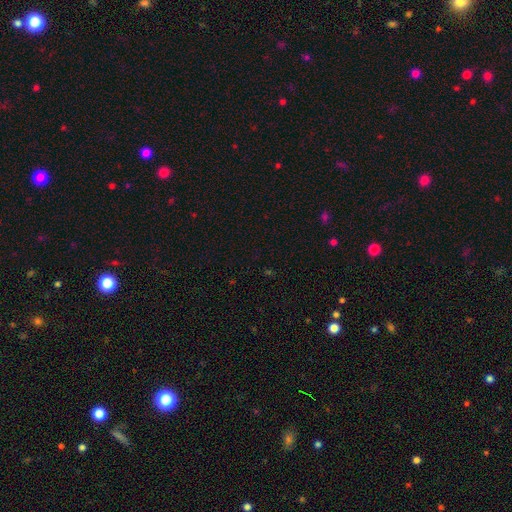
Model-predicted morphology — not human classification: Q: Smooth or featured?
A: star or artifact (65%); runner-up: smooth (28%)